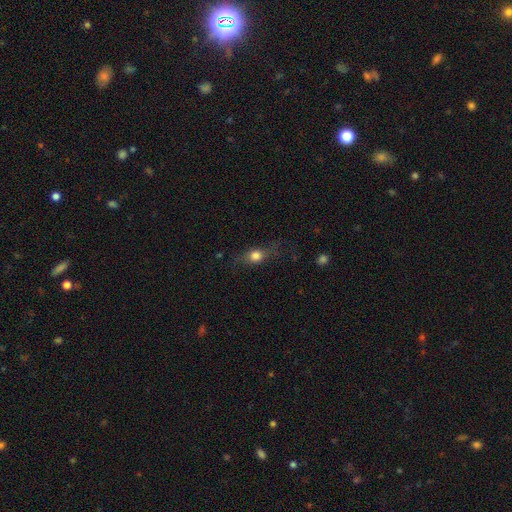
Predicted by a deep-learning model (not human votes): The model was most divided on "how rounded": in between: 44%, round: 42%, cigar-shaped: 14%. More confident: smooth or featured — smooth (68%); merging — none (67%).